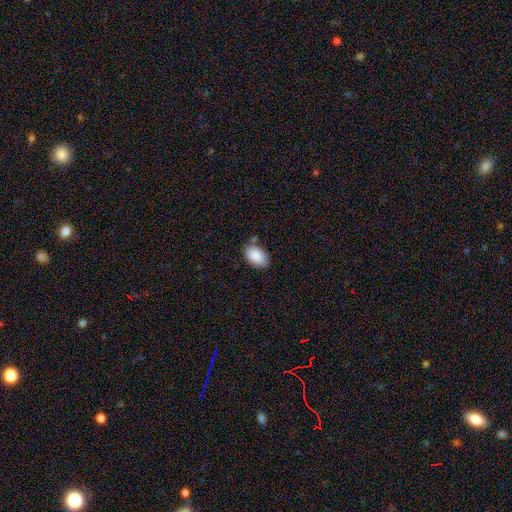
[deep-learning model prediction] Smooth or featured? Predicted: smooth (p=0.89). How rounded? Predicted: in between (p=0.91). Merging? Predicted: none (p=0.75).